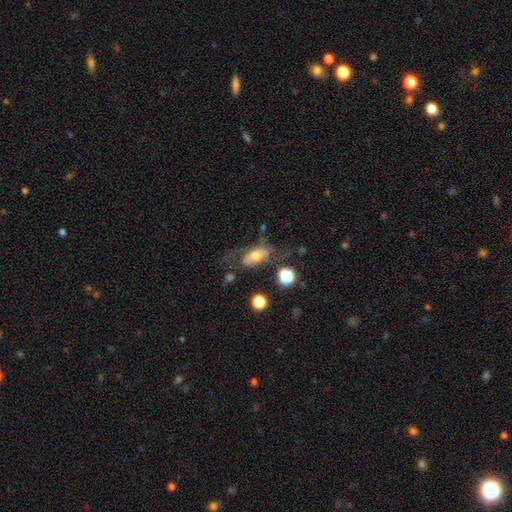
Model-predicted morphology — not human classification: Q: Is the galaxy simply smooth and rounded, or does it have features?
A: featured or disk — 46%.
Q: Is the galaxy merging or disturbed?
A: none — 40%.